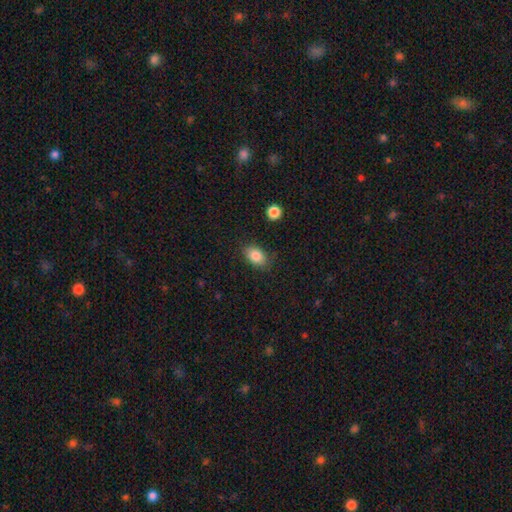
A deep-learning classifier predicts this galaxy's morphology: smooth-or-featured: smooth: 85% | star or artifact: 8% | featured or disk: 7%
  how-rounded: in between: 83% | round: 16% | cigar-shaped: 1%
  merging: none: 82% | minor disturbance: 13% | major disturbance: 3% | merger: 2%